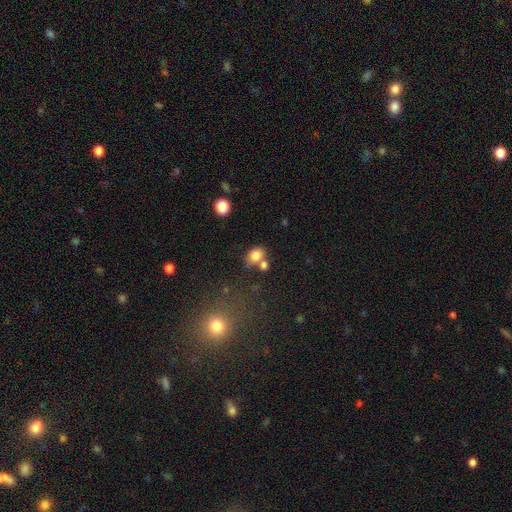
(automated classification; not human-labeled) This is likely a smooth galaxy (80%). How rounded: possibly in between (59%). Merging: possibly none (51%).